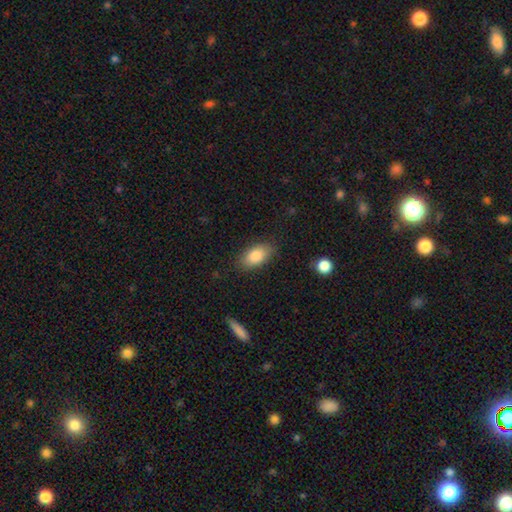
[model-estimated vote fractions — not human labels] Smooth or featured?
  - smooth: 86% *
  - featured or disk: 8%
  - star or artifact: 7%
How rounded?
  - in between: 91% *
  - round: 5%
  - cigar-shaped: 4%
Merging?
  - none: 82% *
  - minor disturbance: 13%
  - major disturbance: 4%
  - merger: 1%